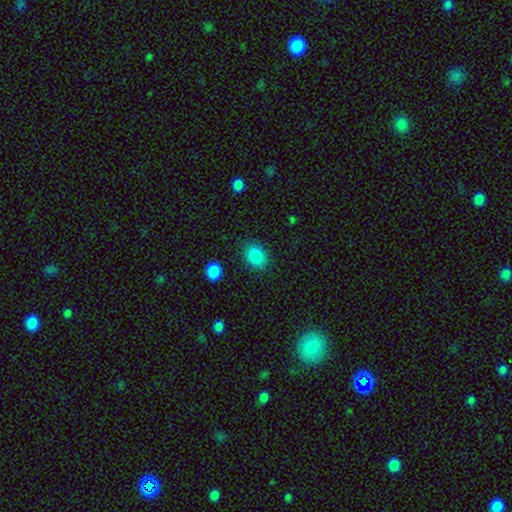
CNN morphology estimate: smooth_or_featured: smooth (p=0.86) [alt: star or artifact p=0.09]
how_rounded: in between (p=0.63) [alt: round p=0.36]
merging: none (p=0.85) [alt: minor disturbance p=0.10]